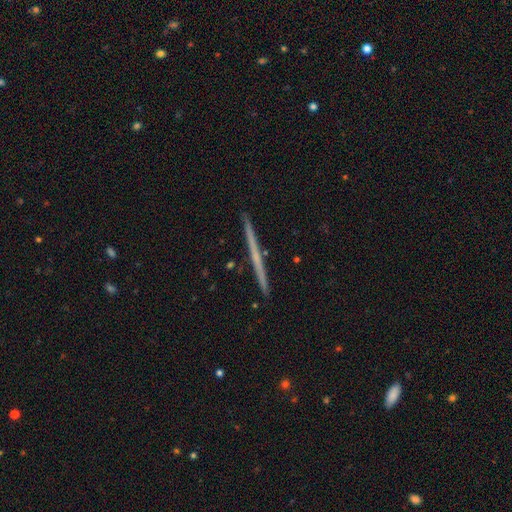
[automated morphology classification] smooth_or_featured: featured or disk (p=0.64) [alt: smooth p=0.29]
disk_edge_on: yes (p=0.98) [alt: no p=0.02]
edge_on_bulge: none (p=0.80) [alt: rounded p=0.16]
merging: none (p=0.92) [alt: minor disturbance p=0.05]